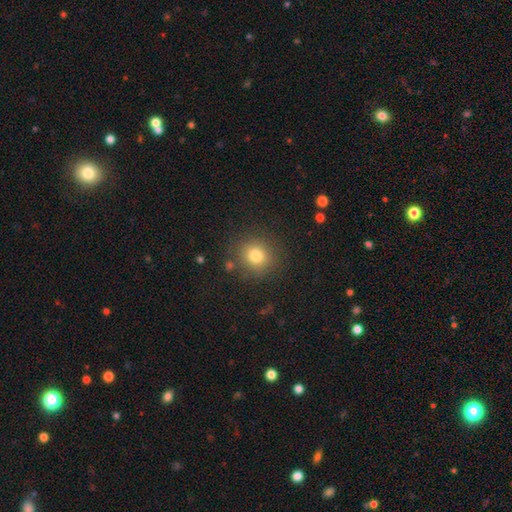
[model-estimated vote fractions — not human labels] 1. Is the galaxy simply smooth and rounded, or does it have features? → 79% smooth, 13% star or artifact, 8% featured or disk.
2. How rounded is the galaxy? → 89% round, 10% in between, 1% cigar-shaped.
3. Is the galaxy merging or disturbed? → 85% none, 9% minor disturbance, 3% major disturbance, 3% merger.